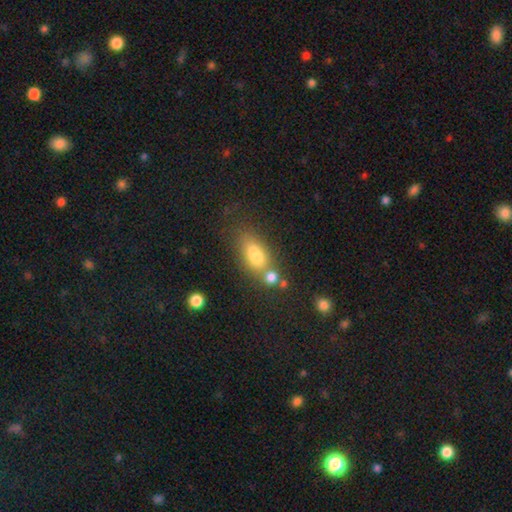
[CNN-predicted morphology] Smooth or featured? smooth (69%)
How rounded? in between (77%)
Merging? none (43%)